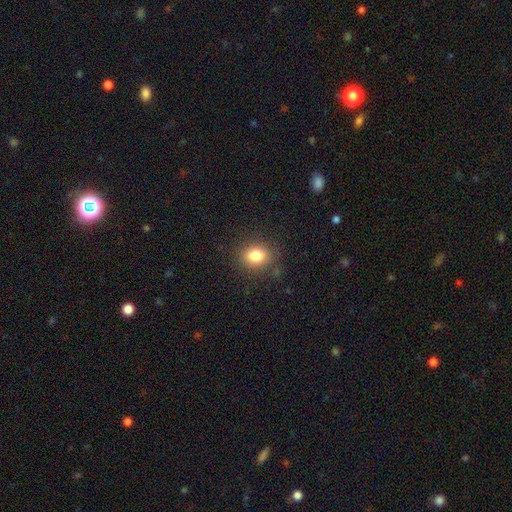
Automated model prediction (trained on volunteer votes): Smooth or featured?
  - smooth: 82% *
  - star or artifact: 11%
  - featured or disk: 7%
How rounded?
  - round: 52% *
  - in between: 47%
  - cigar-shaped: 1%
Merging?
  - none: 84% *
  - minor disturbance: 11%
  - major disturbance: 4%
  - merger: 1%